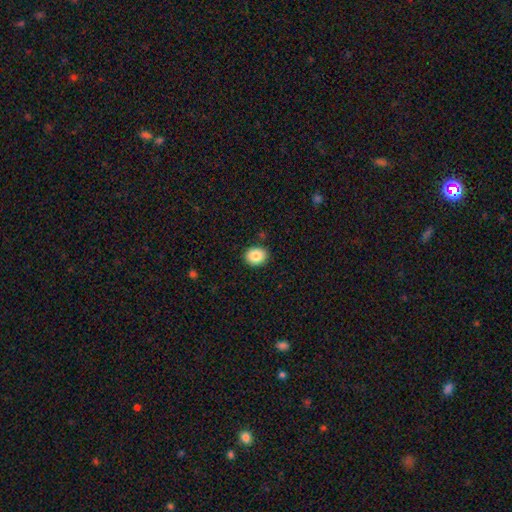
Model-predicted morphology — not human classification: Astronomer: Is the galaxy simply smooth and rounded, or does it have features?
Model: smooth — 85%.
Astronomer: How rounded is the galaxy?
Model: round — 66%.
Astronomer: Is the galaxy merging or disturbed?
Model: none — 89%.